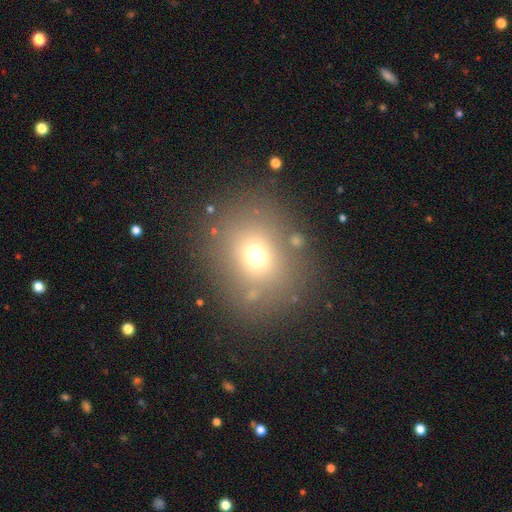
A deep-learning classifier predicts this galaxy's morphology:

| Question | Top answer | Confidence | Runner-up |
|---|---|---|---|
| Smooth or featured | smooth | 68% | star or artifact (20%) |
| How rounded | round | 66% | in between (32%) |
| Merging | none | 79% | minor disturbance (10%) |